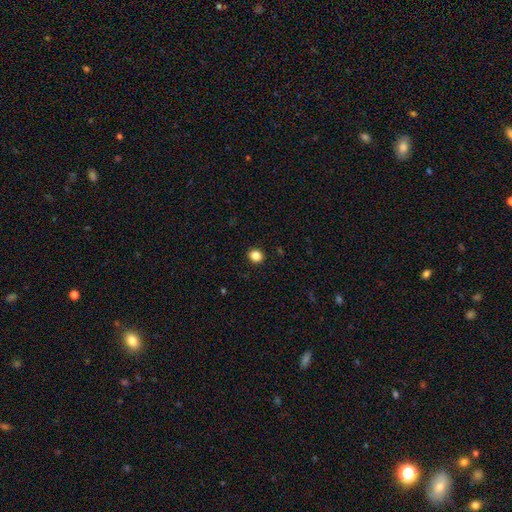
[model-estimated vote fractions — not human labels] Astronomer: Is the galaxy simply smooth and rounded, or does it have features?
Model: smooth — 85%.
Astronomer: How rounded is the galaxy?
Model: round — 78%.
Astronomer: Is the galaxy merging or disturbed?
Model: none — 92%.